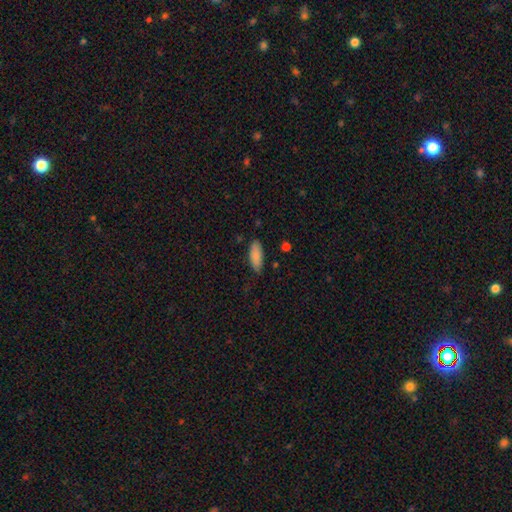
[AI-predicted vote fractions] Smooth or featured?
  - smooth: 87% *
  - star or artifact: 6%
  - featured or disk: 6%
How rounded?
  - in between: 77% *
  - cigar-shaped: 22%
  - round: 2%
Merging?
  - none: 78% *
  - minor disturbance: 17%
  - major disturbance: 3%
  - merger: 2%